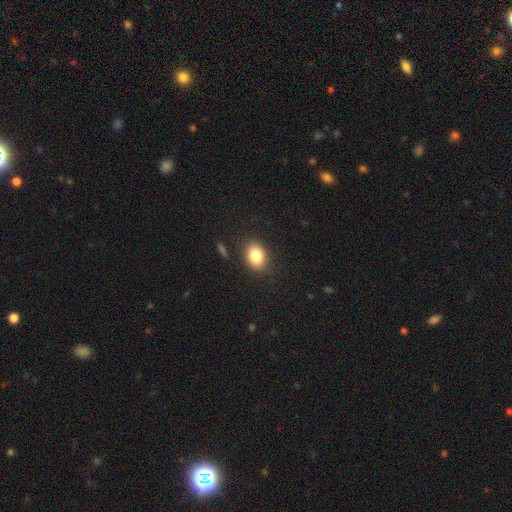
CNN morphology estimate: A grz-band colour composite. It shows a smooth galaxy with no disk features (82%) that is in between round and cigar-shaped (67%). Merging: none (85%).